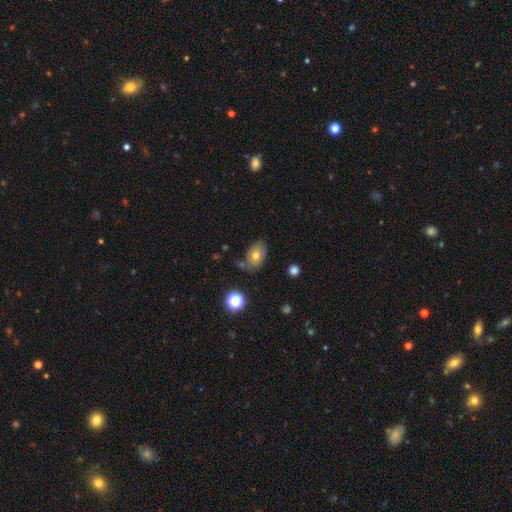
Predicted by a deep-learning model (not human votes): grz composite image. It shows a smooth galaxy with no disk features (69%) that is in between round and cigar-shaped (80%). Merging: none (64%).